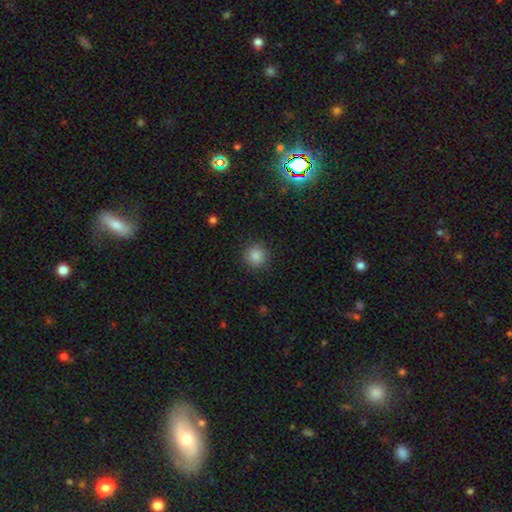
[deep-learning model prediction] Overall: smooth (84%). How rounded: round (94%). Merging: none (91%).